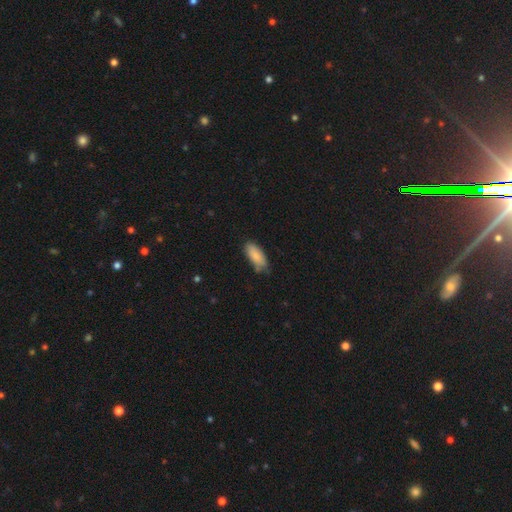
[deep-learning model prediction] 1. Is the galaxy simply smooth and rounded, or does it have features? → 85% smooth, 9% featured or disk, 6% star or artifact.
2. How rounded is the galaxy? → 83% in between, 15% cigar-shaped, 2% round.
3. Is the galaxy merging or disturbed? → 70% none, 23% minor disturbance, 4% major disturbance, 3% merger.